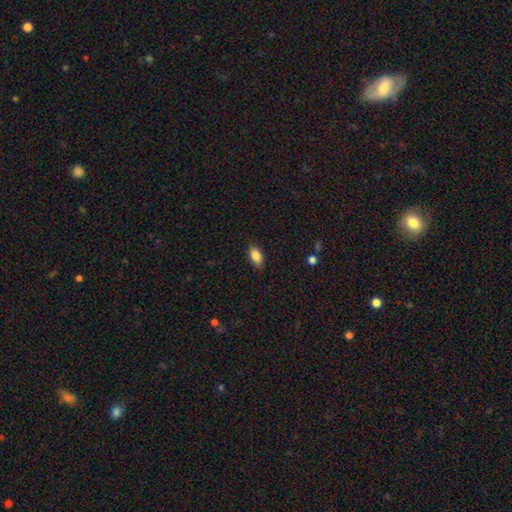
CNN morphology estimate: The model was most divided on "merging": none: 87%, minor disturbance: 10%, major disturbance: 2%, merger: 1%. More confident: how rounded — in between (91%); smooth or featured — smooth (86%).